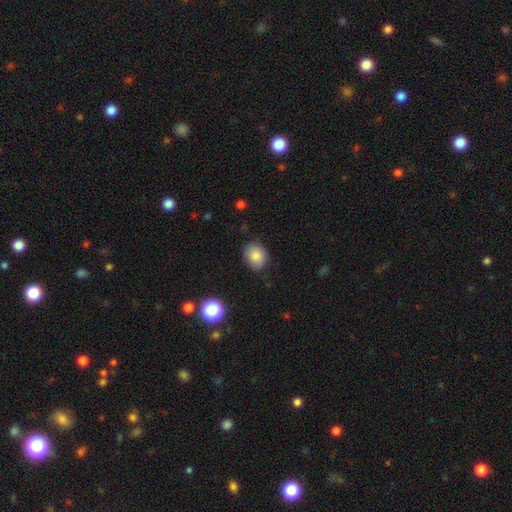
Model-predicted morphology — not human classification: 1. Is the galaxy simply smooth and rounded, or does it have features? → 83% smooth, 9% star or artifact, 8% featured or disk.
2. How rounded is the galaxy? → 50% round, 49% in between, 1% cigar-shaped.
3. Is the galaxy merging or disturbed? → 80% none, 16% minor disturbance, 3% major disturbance, 1% merger.